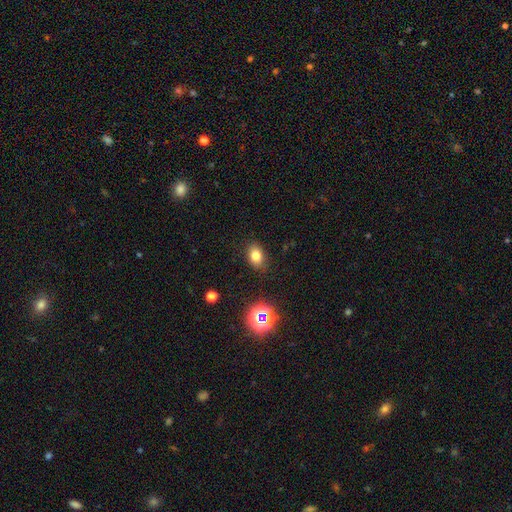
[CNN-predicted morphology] This appears to be a smooth galaxy with no disk features (76%) that is in between round and cigar-shaped (76%). Merging: none (86%).